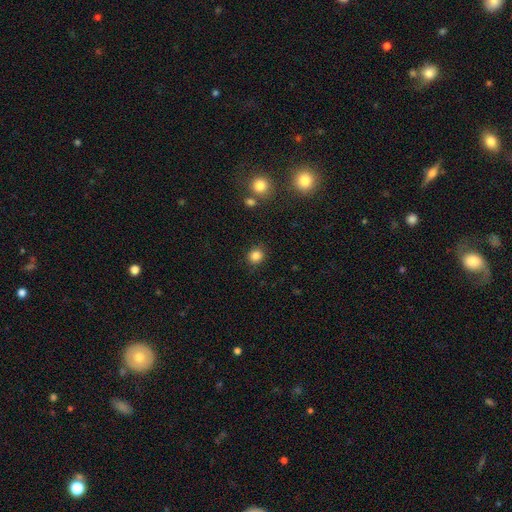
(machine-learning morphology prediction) Overall: smooth (84%). How rounded: round (82%). Merging: none (87%).